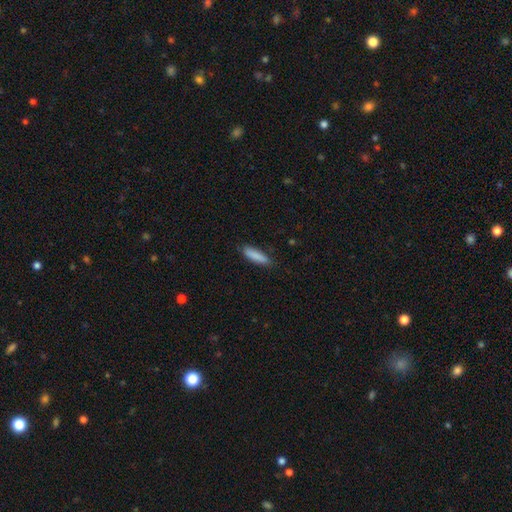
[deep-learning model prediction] smooth_or_featured: smooth (p=0.87) [alt: featured or disk p=0.07]
how_rounded: cigar-shaped (p=0.69) [alt: in between p=0.30]
merging: none (p=0.85) [alt: minor disturbance p=0.12]